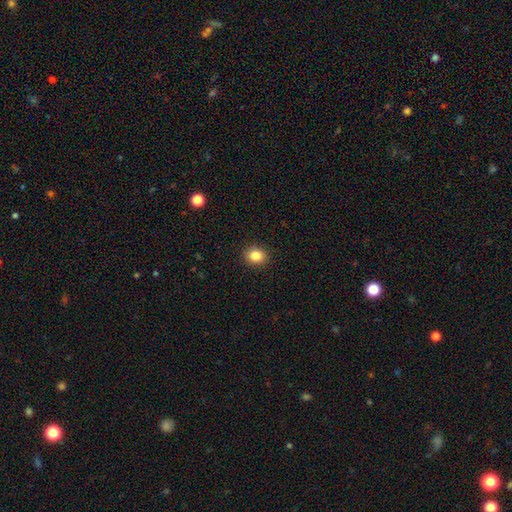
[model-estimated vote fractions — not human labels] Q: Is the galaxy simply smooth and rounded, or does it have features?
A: smooth — 84%.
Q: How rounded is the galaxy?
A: round — 59%.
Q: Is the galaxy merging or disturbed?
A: none — 91%.